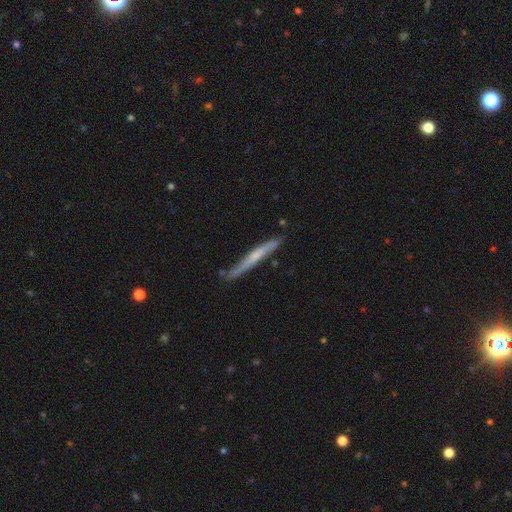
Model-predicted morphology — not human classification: smooth_or_featured: featured or disk (p=0.52) [alt: smooth p=0.43]
disk_edge_on: yes (p=0.93) [alt: no p=0.07]
merging: none (p=0.77) [alt: minor disturbance p=0.17]